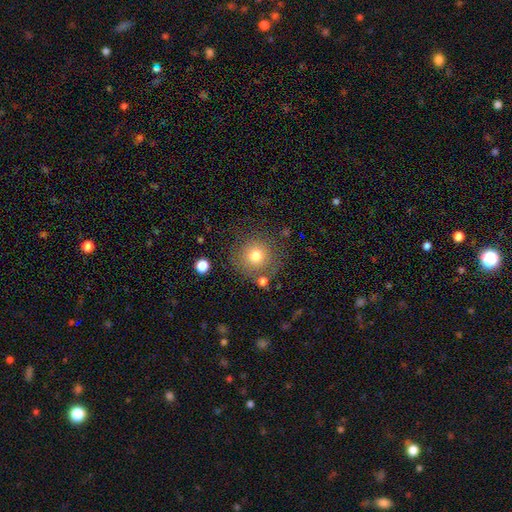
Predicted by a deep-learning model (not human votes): A smooth galaxy with no disk features (74%) that is round (94%). Merging: none (76%).